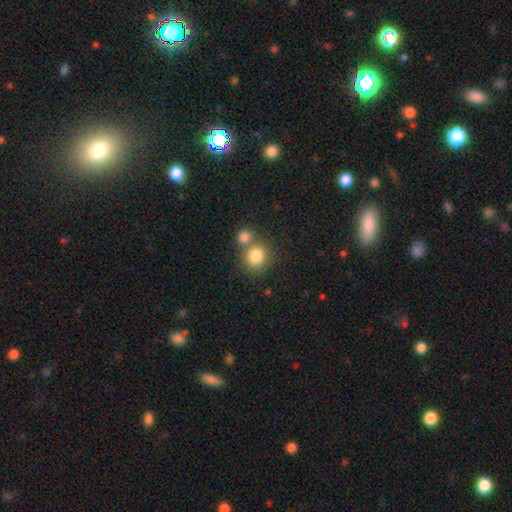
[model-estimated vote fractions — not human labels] Morphology: type=smooth (82%); roundness=round (84%); merging=none (52%).